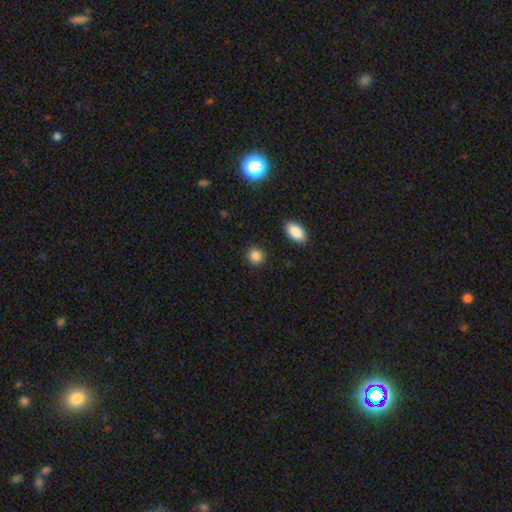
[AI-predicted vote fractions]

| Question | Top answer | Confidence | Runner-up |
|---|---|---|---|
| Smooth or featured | smooth | 86% | star or artifact (10%) |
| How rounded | round | 87% | in between (12%) |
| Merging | none | 90% | minor disturbance (6%) |